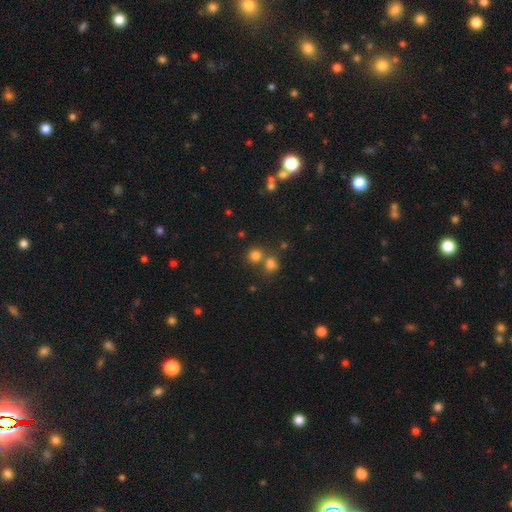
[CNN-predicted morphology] This appears to be a smooth galaxy with no disk features (77%) that is round (85%). Merging: none (58%).